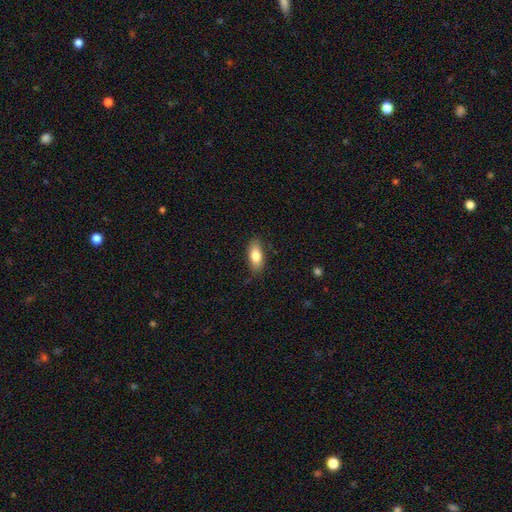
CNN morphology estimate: The model was most divided on "smooth or featured": smooth: 80%, featured or disk: 14%, star or artifact: 7%. More confident: how rounded — in between (84%); merging — none (82%).